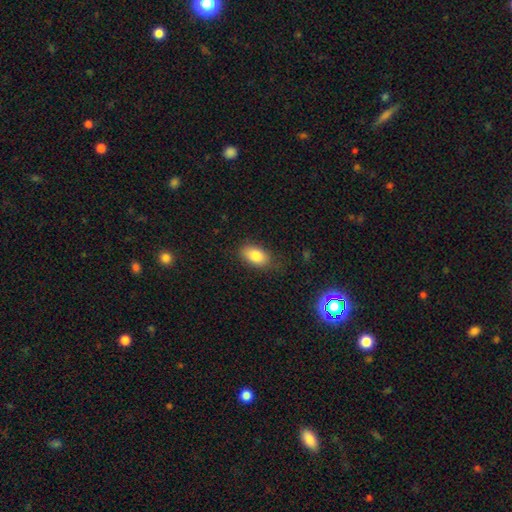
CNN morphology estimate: Smooth or featured? Predicted: smooth (p=0.83). How rounded? Predicted: in between (p=0.90). Merging? Predicted: none (p=0.80).